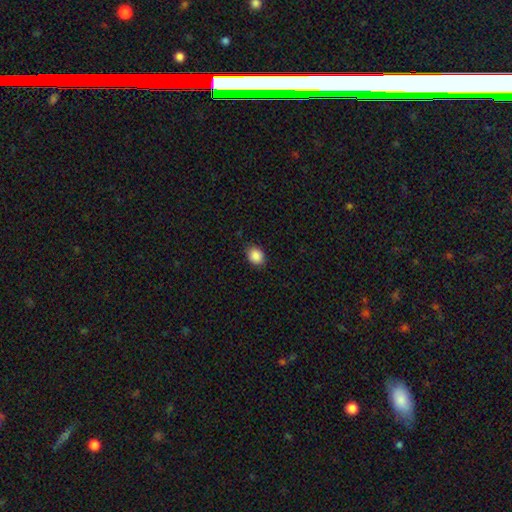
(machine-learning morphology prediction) This appears to be a smooth galaxy with no disk features (88%) that is in between round and cigar-shaped (53%). Merging: none (85%).